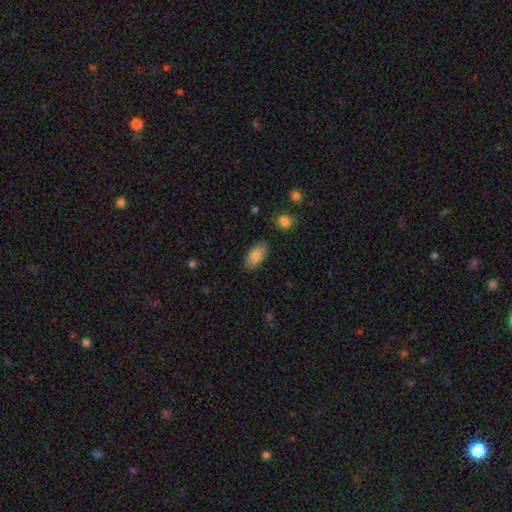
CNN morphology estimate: Smooth or featured? smooth (83%)
How rounded? in between (93%)
Merging? none (84%)